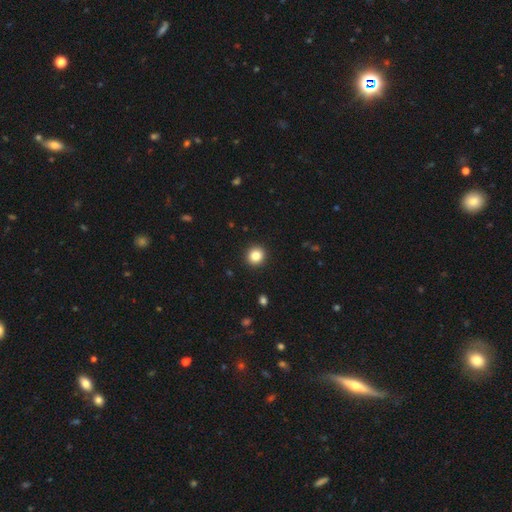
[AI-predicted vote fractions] smooth_or_featured: smooth (p=0.84) [alt: star or artifact p=0.10]
how_rounded: round (p=0.93) [alt: in between p=0.06]
merging: none (p=0.93) [alt: minor disturbance p=0.04]